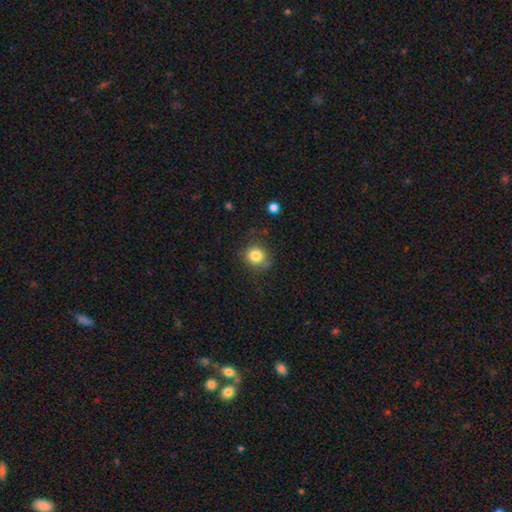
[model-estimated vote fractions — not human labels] This is clearly a smooth galaxy (82%). How rounded: clearly round (86%). Merging: likely none (76%).